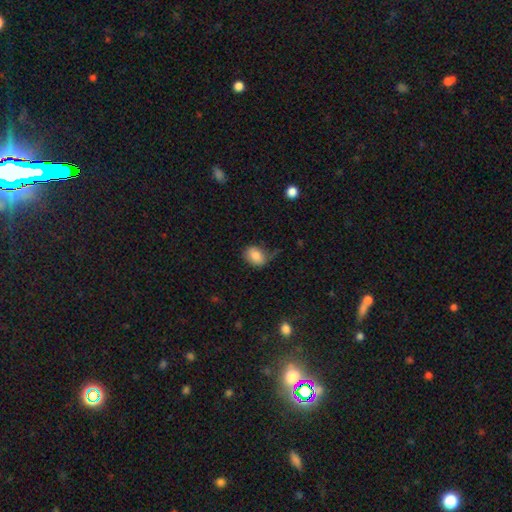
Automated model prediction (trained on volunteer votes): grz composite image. It shows a smooth galaxy with no disk features (83%) that is in between round and cigar-shaped (69%). Merging: none (55%).